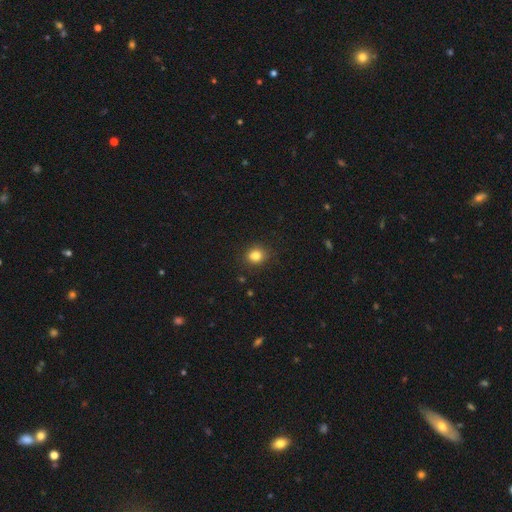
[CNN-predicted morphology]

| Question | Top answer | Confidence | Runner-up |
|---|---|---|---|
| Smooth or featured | smooth | 83% | star or artifact (12%) |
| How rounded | round | 71% | in between (28%) |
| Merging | none | 87% | minor disturbance (9%) |